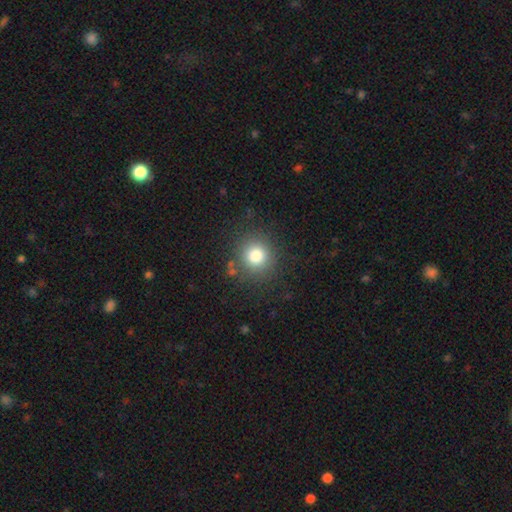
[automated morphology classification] smooth_or_featured: smooth (p=0.80) [alt: star or artifact p=0.12]
how_rounded: round (p=0.89) [alt: in between p=0.10]
merging: none (p=0.84) [alt: minor disturbance p=0.09]